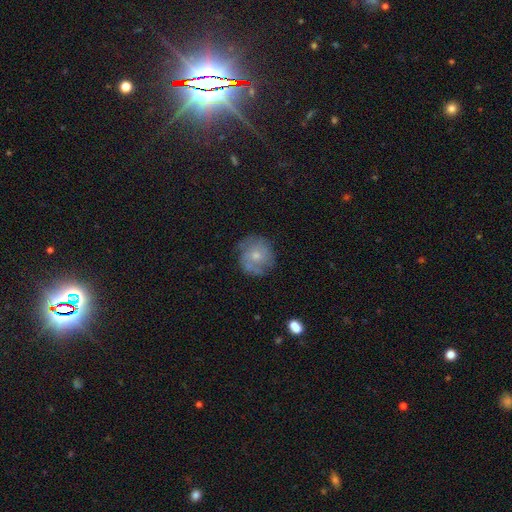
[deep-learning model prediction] Morphology: type=smooth (52%); roundness=round (87%); merging=none (66%).